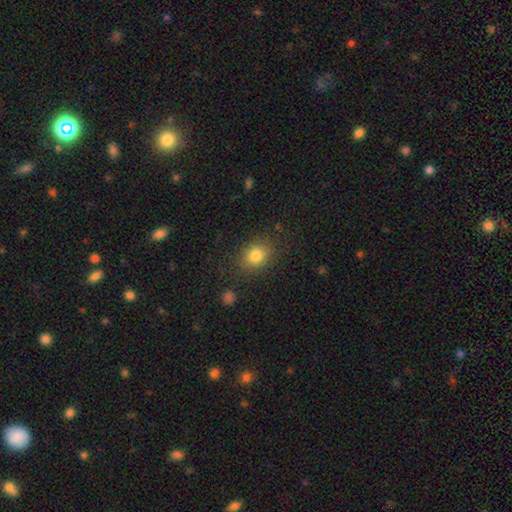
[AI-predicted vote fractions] Morphology: type=smooth (82%); roundness=round (52%); merging=none (82%).